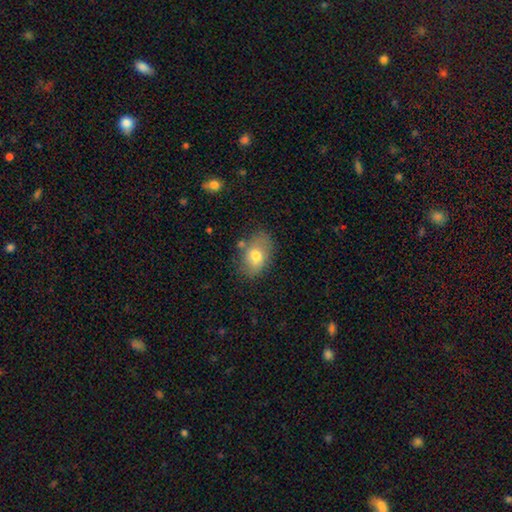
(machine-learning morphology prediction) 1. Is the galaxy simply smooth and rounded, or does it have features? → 72% smooth, 20% featured or disk, 8% star or artifact.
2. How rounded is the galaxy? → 84% in between, 14% round, 1% cigar-shaped.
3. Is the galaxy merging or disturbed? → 69% none, 20% minor disturbance, 5% major disturbance, 5% merger.